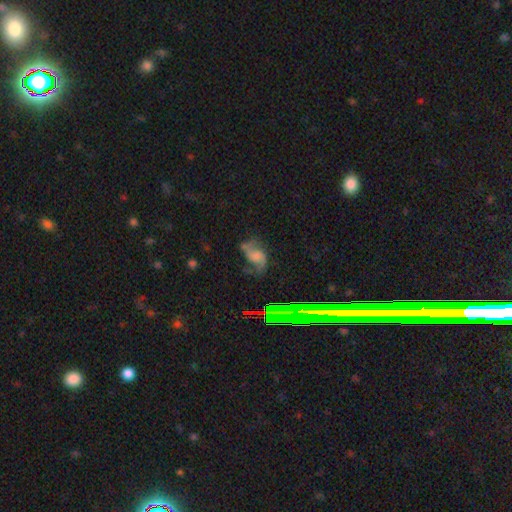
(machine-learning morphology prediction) A featured or disk galaxy (64%) with no bar (63%), 2 (87%) loose (66%) spiral arms (90%) and no central bulge (51%). Merging: none (51%).